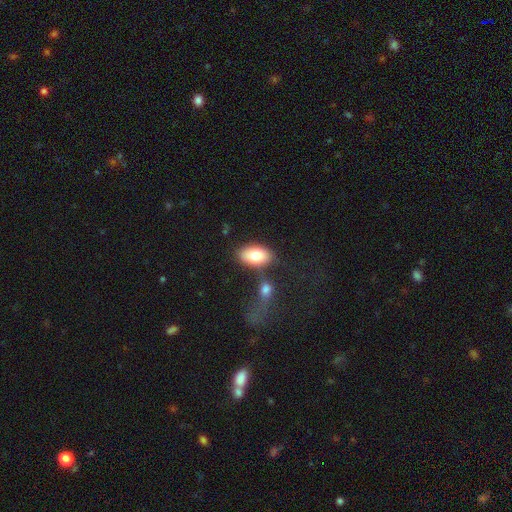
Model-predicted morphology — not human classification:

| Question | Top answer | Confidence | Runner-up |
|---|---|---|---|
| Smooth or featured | smooth | 78% | featured or disk (15%) |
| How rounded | in between | 91% | round (7%) |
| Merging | none | 60% | merger (19%) |